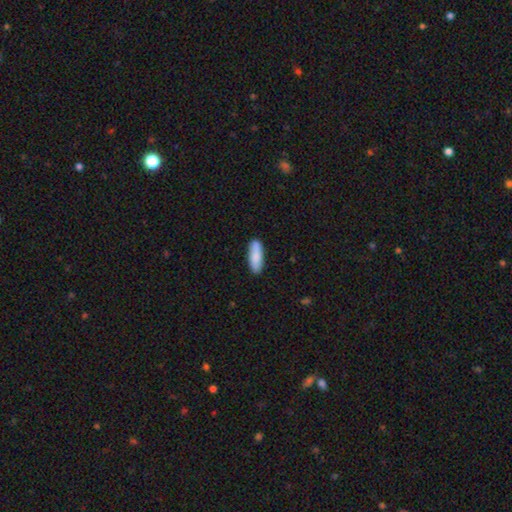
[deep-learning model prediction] Q: Smooth or featured?
A: smooth (85%); runner-up: featured or disk (10%)
Q: How rounded?
A: in between (57%); runner-up: cigar-shaped (42%)
Q: Merging?
A: none (86%); runner-up: minor disturbance (11%)